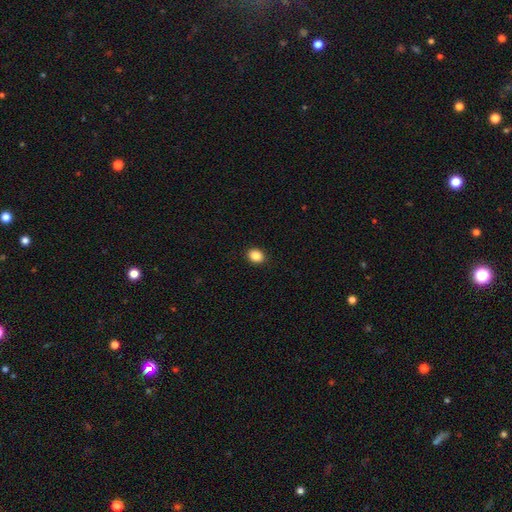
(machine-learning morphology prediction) Smooth or featured: smooth — 87% (star or artifact — 9%)
How rounded: in between — 54% (round — 45%)
Merging: none — 92% (minor disturbance — 6%)